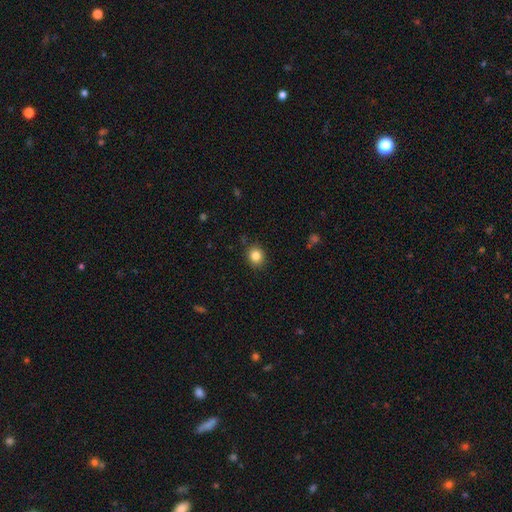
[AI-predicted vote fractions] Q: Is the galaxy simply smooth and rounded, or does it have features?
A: smooth — 84%.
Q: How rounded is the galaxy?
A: round — 75%.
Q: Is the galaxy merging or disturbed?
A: none — 88%.